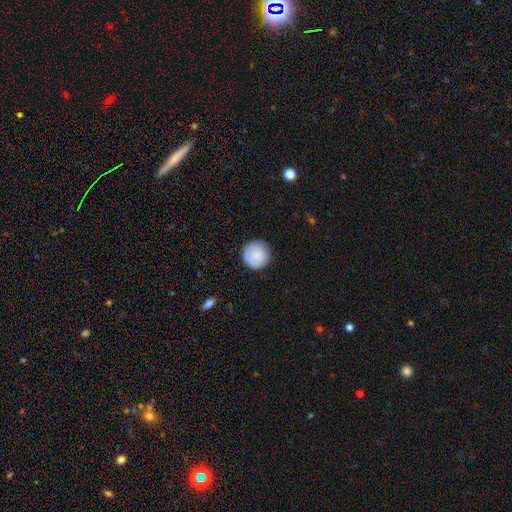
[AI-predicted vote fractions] The model was most divided on "smooth or featured": smooth: 85%, featured or disk: 9%, star or artifact: 7%. More confident: how rounded — round (96%); merging — none (87%).